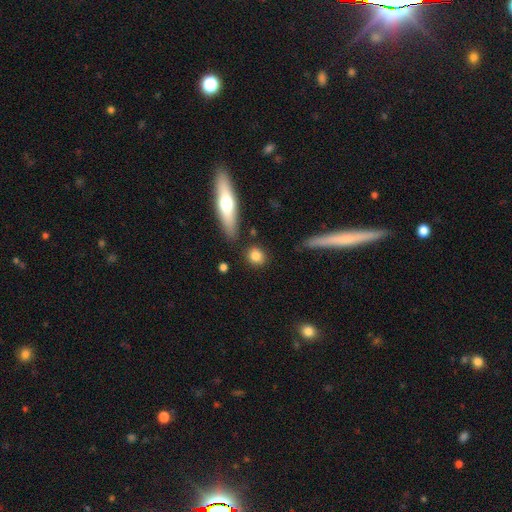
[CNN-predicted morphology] This appears to be a smooth galaxy with no disk features (82%) that is round (73%). Merging: none (82%).